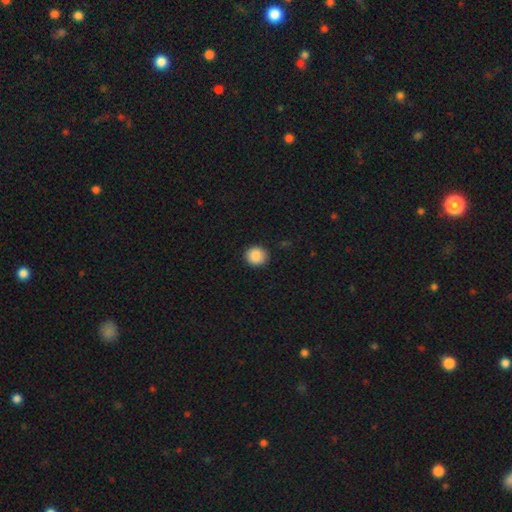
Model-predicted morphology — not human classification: type=smooth (88%); roundness=round (89%); merging=none (89%).